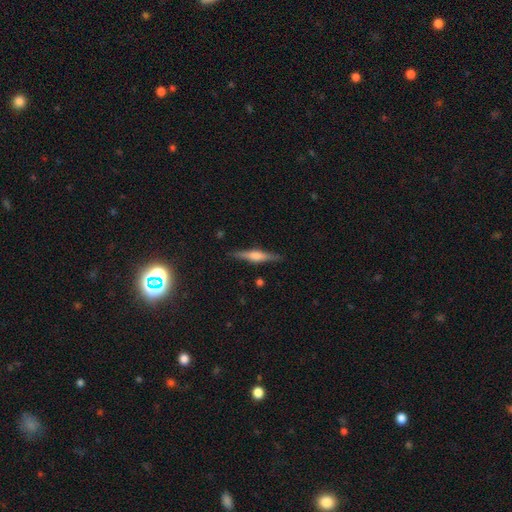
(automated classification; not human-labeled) Q: Smooth or featured?
A: featured or disk (67%); runner-up: smooth (27%)
Q: Edge-on disk?
A: yes (98%); runner-up: no (2%)
Q: Edge-on bulge?
A: rounded (80%); runner-up: boxy (14%)
Q: Merging?
A: none (90%); runner-up: minor disturbance (8%)